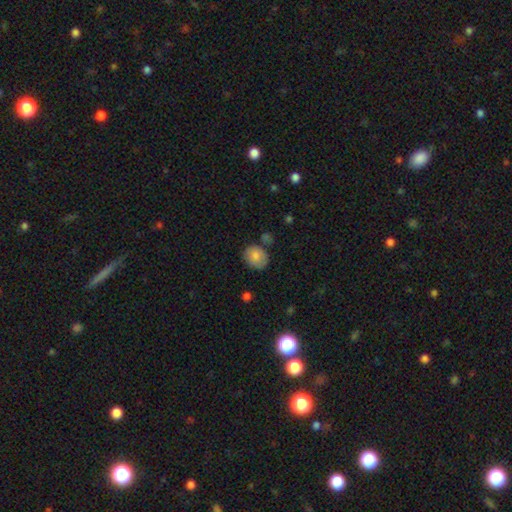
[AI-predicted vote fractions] Smooth or featured? Predicted: smooth (p=0.83). How rounded? Predicted: round (p=0.69). Merging? Predicted: none (p=0.73).